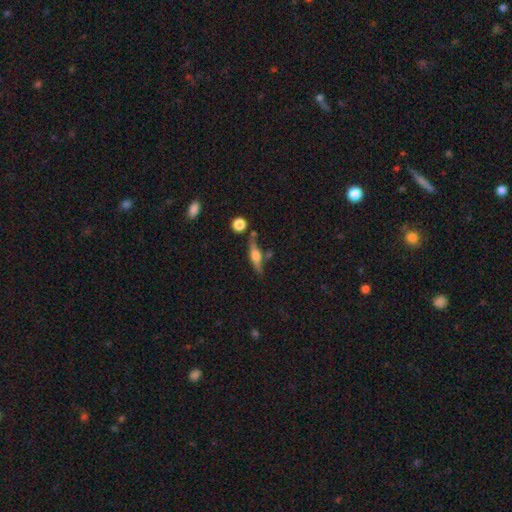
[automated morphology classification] Overall: featured or disk (50%; smooth 41%). Edge-on disk: yes (91%). Merging: none (68%).